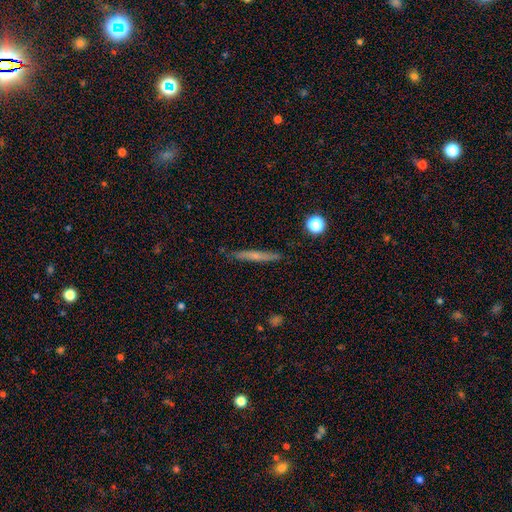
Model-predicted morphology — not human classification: This is possibly a featured or disk galaxy (48%). Merging: clearly none (87%).